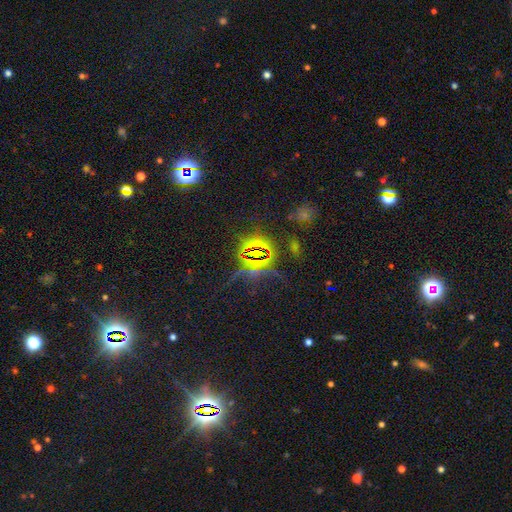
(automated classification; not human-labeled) Morphology: type=star or artifact (81%).